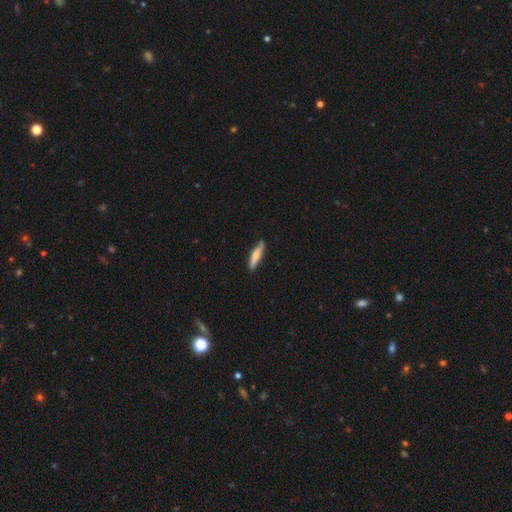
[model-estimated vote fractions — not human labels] Overall: smooth (72%). How rounded: cigar-shaped (83%). Merging: none (86%).